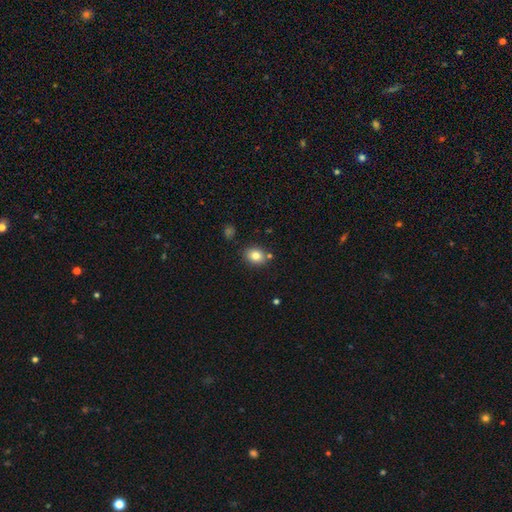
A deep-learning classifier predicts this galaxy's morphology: A smooth galaxy with no disk features (81%) that is in between round and cigar-shaped (53%). Merging: none (80%).